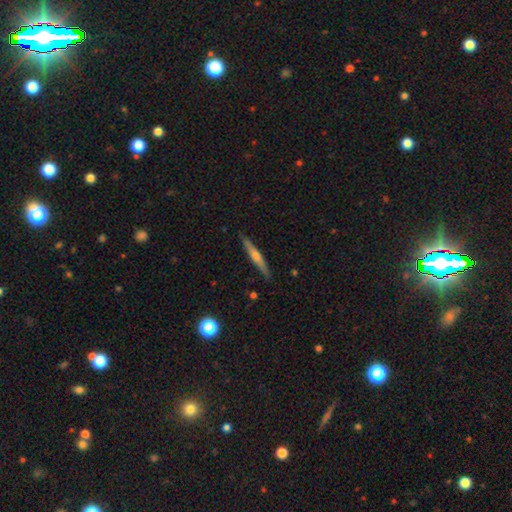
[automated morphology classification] type=featured or disk (51%); edge-on=yes (96%); merging=none (88%).